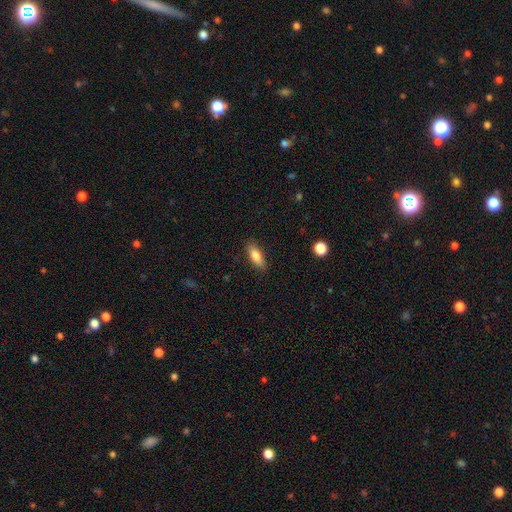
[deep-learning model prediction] Smooth or featured? Predicted: smooth (p=0.81). How rounded? Predicted: in between (p=0.67). Merging? Predicted: none (p=0.86).